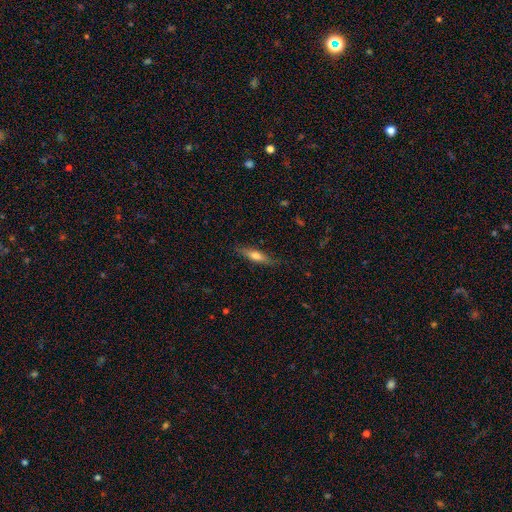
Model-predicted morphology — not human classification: smooth_or_featured: smooth (p=0.55) [alt: featured or disk p=0.38]
how_rounded: cigar-shaped (p=0.73) [alt: in between p=0.25]
merging: none (p=0.84) [alt: minor disturbance p=0.12]